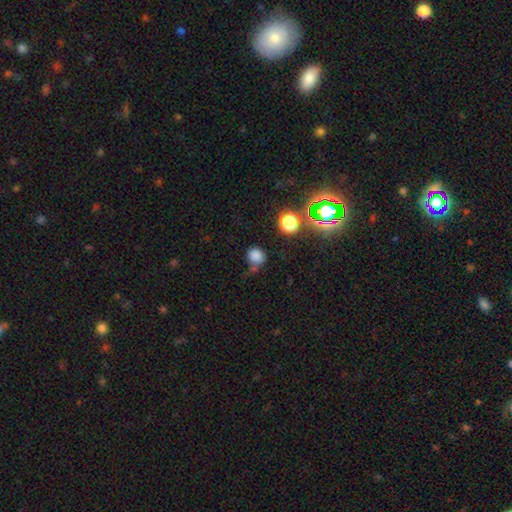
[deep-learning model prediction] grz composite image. It shows a smooth galaxy with no disk features (77%) that is round (82%). Merging: none (65%).